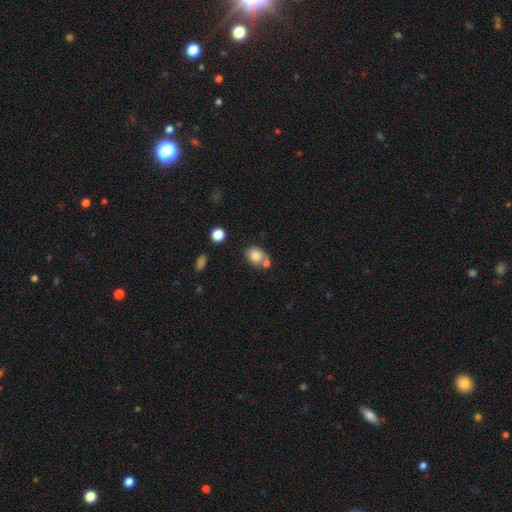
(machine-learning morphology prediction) Smooth or featured? smooth (82%)
How rounded? in between (50%)
Merging? none (50%)